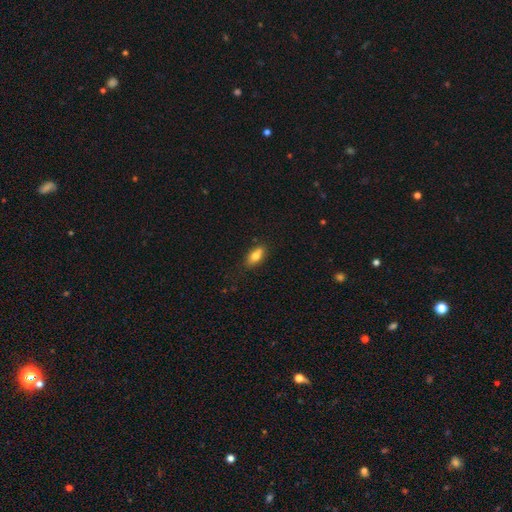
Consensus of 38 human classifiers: Overall: smooth (87%). How rounded: in between (88%). Merging: none (70%).